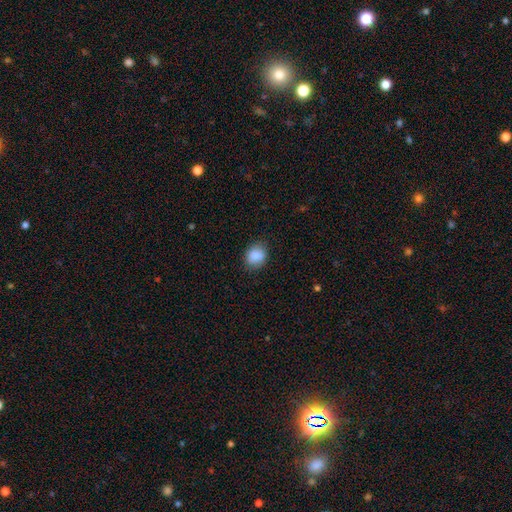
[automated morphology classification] A smooth galaxy with no disk features (88%) that is round (58%).

Vote fractions:
- Smooth or featured? smooth: 88% / star or artifact: 8% / featured or disk: 4%
- How rounded? round: 58% / in between: 41% / cigar-shaped: 1%
- Merging? none: 82% / minor disturbance: 13% / major disturbance: 4% / merger: 1%